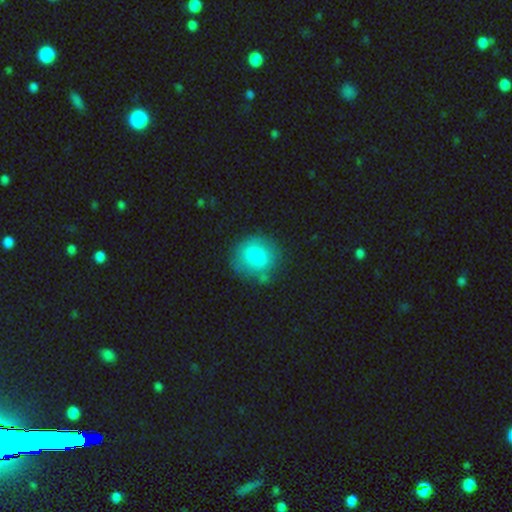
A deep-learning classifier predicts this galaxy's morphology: smooth 77%, featured or disk 15%, star or artifact 8%. Down the decision tree: how rounded — round (78%); merging — none (66%).